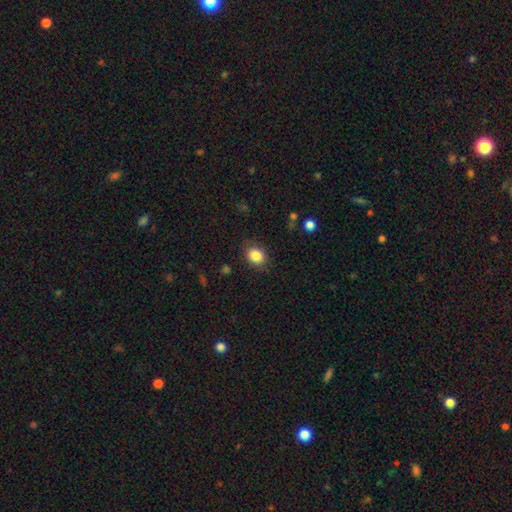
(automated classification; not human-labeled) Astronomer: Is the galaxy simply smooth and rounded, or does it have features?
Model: smooth — 85%.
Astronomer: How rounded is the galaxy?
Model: round — 53% (runner-up: in between, 46%).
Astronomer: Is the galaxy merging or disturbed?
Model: none — 83%.